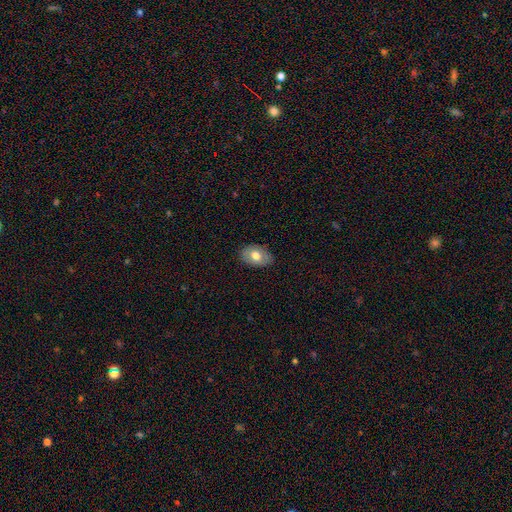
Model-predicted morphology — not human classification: smooth_or_featured: smooth (p=0.70) [alt: featured or disk p=0.23]
how_rounded: in between (p=0.85) [alt: round p=0.14]
merging: none (p=0.84) [alt: minor disturbance p=0.12]